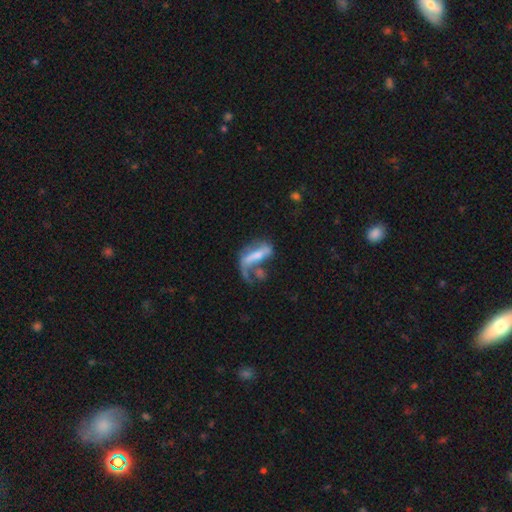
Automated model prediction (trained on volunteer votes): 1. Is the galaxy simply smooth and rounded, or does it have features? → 59% featured or disk, 32% smooth, 8% star or artifact.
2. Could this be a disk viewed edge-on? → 83% no, 17% yes.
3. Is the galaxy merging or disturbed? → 46% major disturbance, 24% none, 16% merger, 14% minor disturbance.